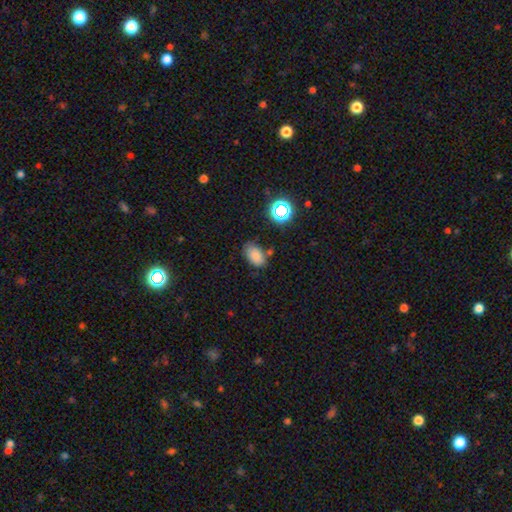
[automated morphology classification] smooth-or-featured: smooth: 79% | star or artifact: 15% | featured or disk: 7%
  how-rounded: in between: 89% | round: 9% | cigar-shaped: 2%
  merging: none: 72% | minor disturbance: 17% | merger: 6% | major disturbance: 4%